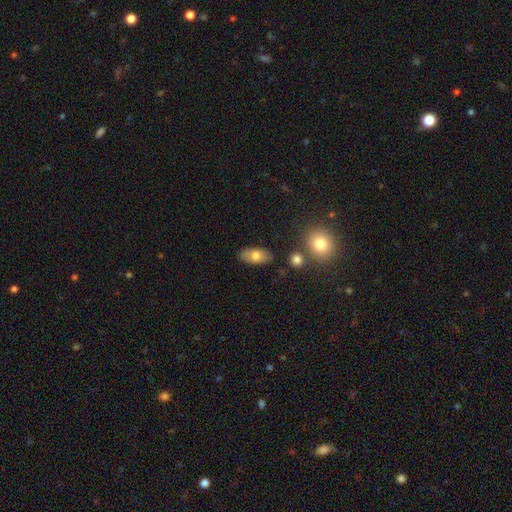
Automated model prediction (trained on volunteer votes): smooth_or_featured: smooth (p=0.75) [alt: featured or disk p=0.17]
how_rounded: in between (p=0.90) [alt: cigar-shaped p=0.05]
merging: none (p=0.83) [alt: minor disturbance p=0.11]